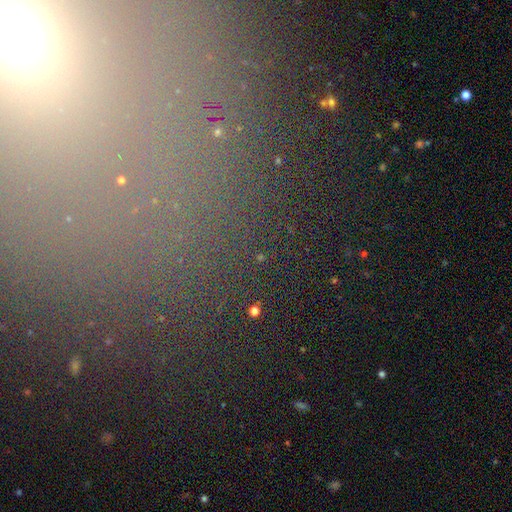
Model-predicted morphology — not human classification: Smooth or featured: star or artifact — 71% (smooth — 16%)